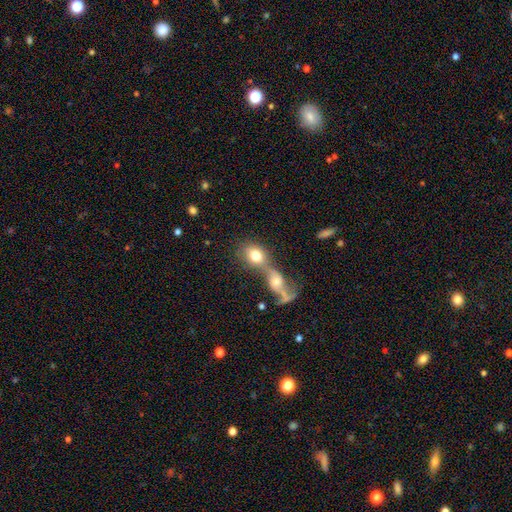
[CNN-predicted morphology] type=smooth (74%); roundness=in between (58%); merging=merger (59%).